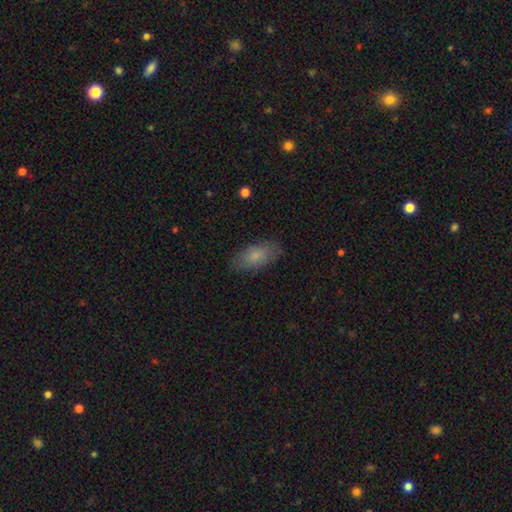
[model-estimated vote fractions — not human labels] Overall: smooth (80%). How rounded: in between (90%). Merging: none (83%).